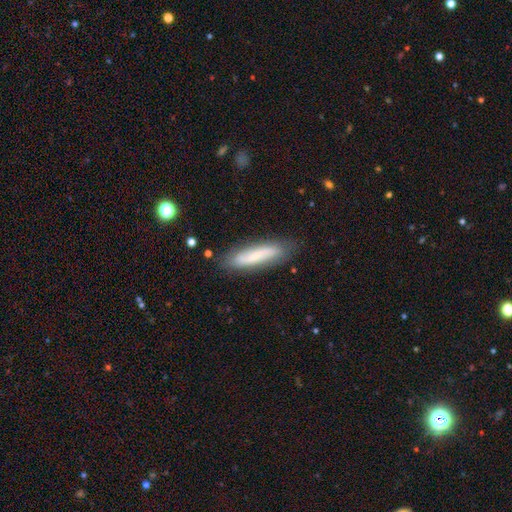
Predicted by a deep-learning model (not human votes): Smooth or featured? smooth (59%)
How rounded? cigar-shaped (79%)
Merging? none (79%)